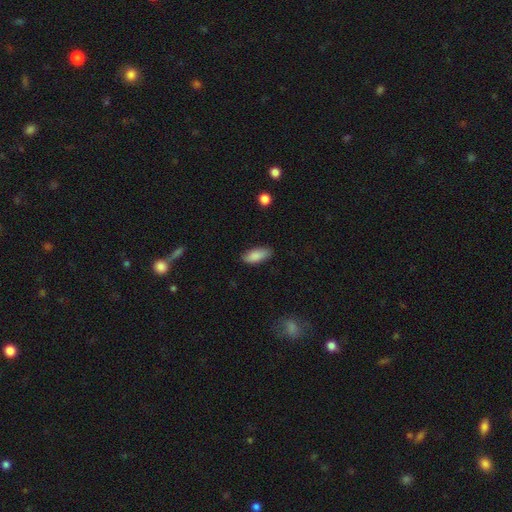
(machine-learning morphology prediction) smooth_or_featured: smooth (p=0.87) [alt: featured or disk p=0.07]
how_rounded: in between (p=0.86) [alt: cigar-shaped p=0.12]
merging: none (p=0.83) [alt: minor disturbance p=0.13]